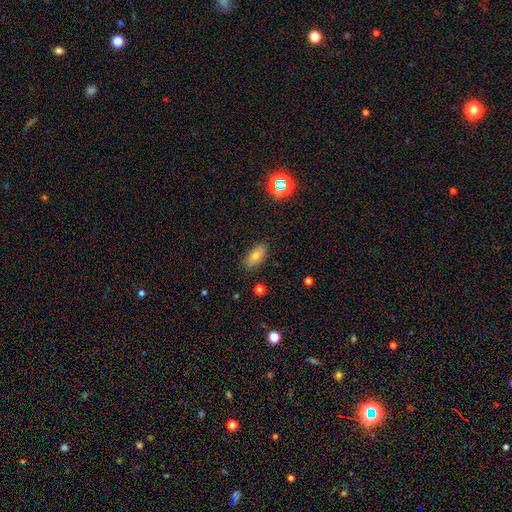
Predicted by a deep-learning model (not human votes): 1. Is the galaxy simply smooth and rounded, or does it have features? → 76% smooth, 13% featured or disk, 11% star or artifact.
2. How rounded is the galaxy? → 87% in between, 8% cigar-shaped, 5% round.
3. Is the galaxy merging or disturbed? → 84% none, 12% minor disturbance, 3% major disturbance, 1% merger.